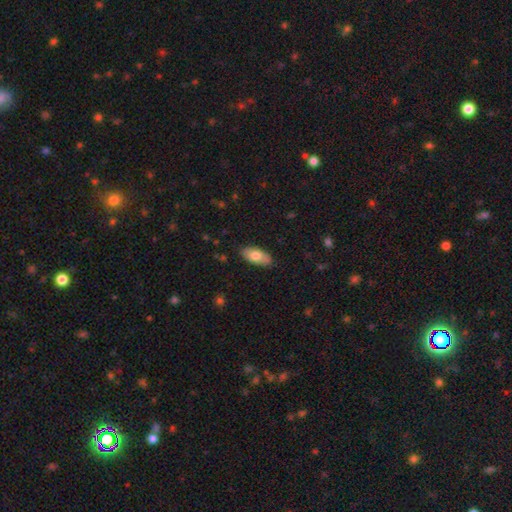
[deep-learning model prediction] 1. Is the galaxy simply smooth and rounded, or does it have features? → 75% smooth, 19% featured or disk, 6% star or artifact.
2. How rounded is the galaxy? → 91% in between, 7% cigar-shaped, 2% round.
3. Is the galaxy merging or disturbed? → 85% none, 12% minor disturbance, 2% major disturbance, 1% merger.